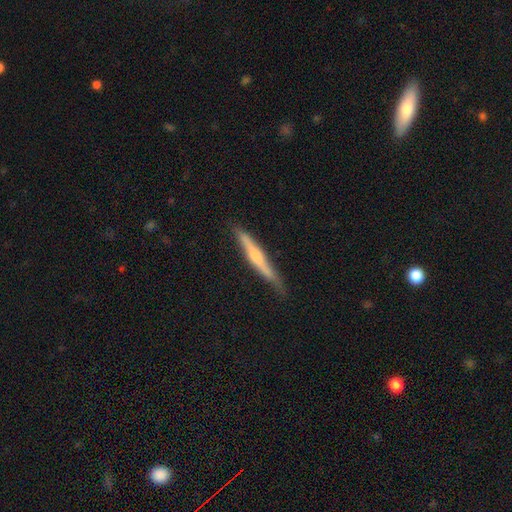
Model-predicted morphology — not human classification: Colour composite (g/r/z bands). It shows a featured or disk galaxy (56%) viewed edge-on (95%) with a rounded central bulge (63%). Merging: none (77%).